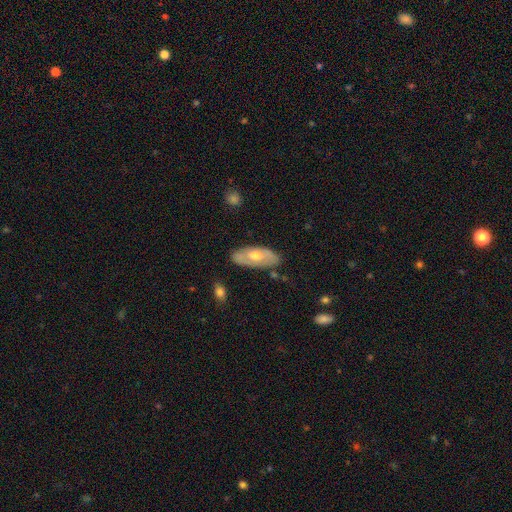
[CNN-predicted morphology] Smooth or featured: featured or disk — 50% (smooth — 44%)
Edge-on disk: no — 79% (yes — 21%)
Merging: none — 79% (minor disturbance — 16%)